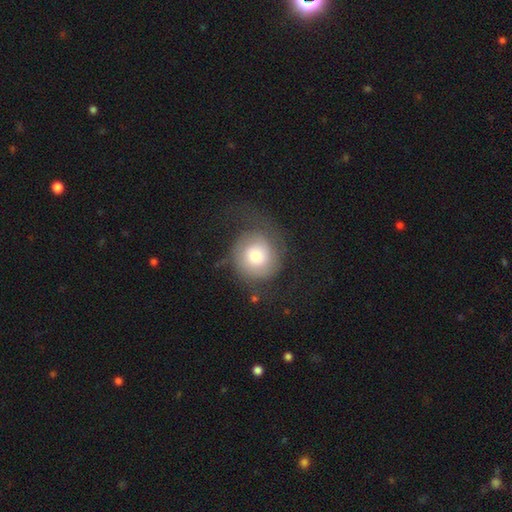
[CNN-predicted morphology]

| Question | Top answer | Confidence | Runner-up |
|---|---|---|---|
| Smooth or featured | smooth | 51% | featured or disk (41%) |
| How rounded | round | 86% | in between (13%) |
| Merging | none | 54% | major disturbance (24%) |